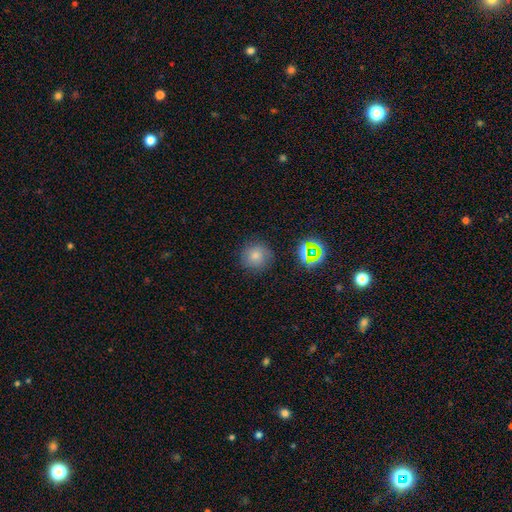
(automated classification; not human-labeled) Overall: smooth (73%). How rounded: round (91%). Merging: none (84%).